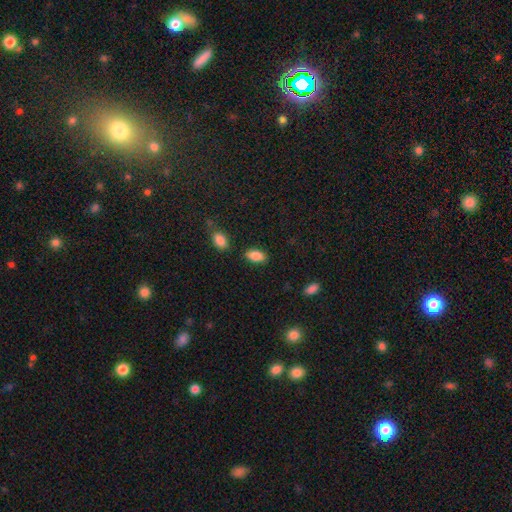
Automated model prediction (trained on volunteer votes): A smooth galaxy with no disk features (86%) that is in between round and cigar-shaped (92%). Merging: none (83%).